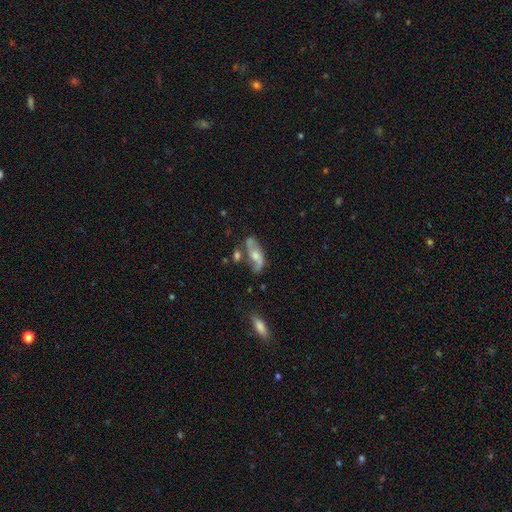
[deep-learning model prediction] This is likely a featured or disk galaxy (67%). It is clearly not viewed edge-on (88%). Bar: likely no (60%). Spiral arm pattern: clearly yes (86%). Spiral arm count: clearly 2 (85%). Spiral winding: possibly loose (58%). Central bulge: possibly moderate (56%). Merging: possibly none (54%).